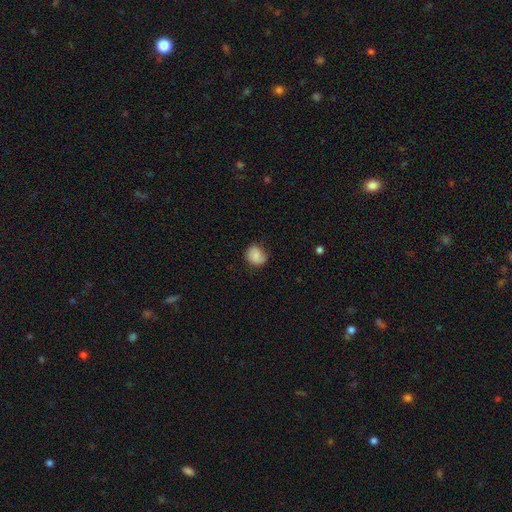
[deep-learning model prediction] smooth 77%, featured or disk 15%, star or artifact 8%. Down the decision tree: how rounded — round (70%); merging — none (71%).